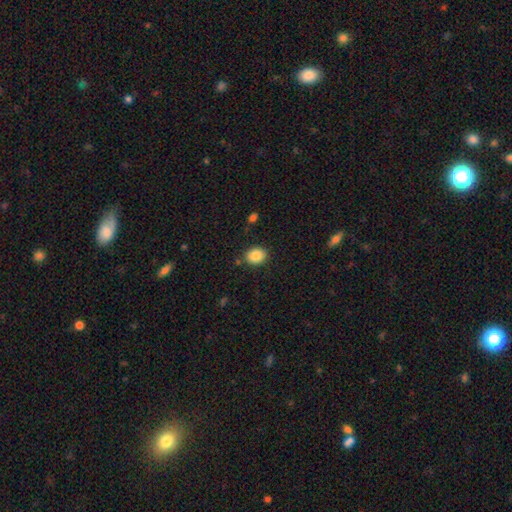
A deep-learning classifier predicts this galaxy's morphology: A smooth galaxy with no disk features (86%) that is in between round and cigar-shaped (50%).

Vote fractions:
- Smooth or featured? smooth: 86% / star or artifact: 9% / featured or disk: 5%
- How rounded? in between: 50% / round: 49% / cigar-shaped: 1%
- Merging? none: 85% / minor disturbance: 10% / merger: 3% / major disturbance: 3%